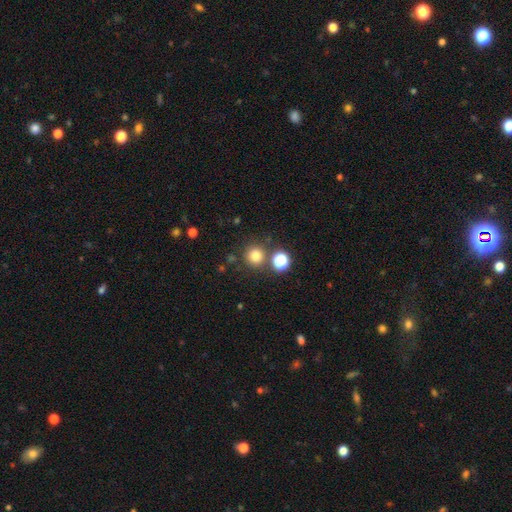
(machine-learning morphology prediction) A smooth galaxy with no disk features (78%) that is round (93%). Merging: none (79%).